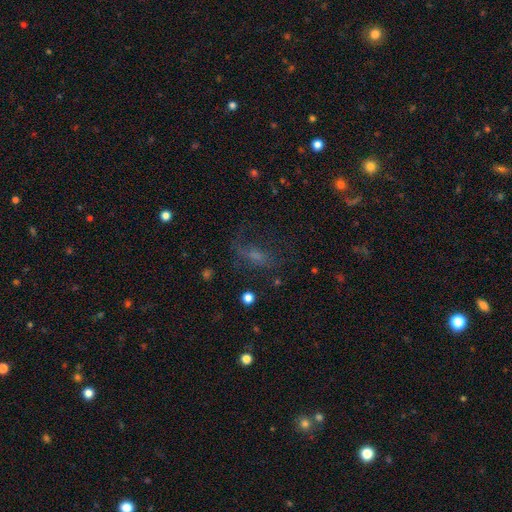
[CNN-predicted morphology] A smooth galaxy with no disk features (41%). Merging: none (49%).